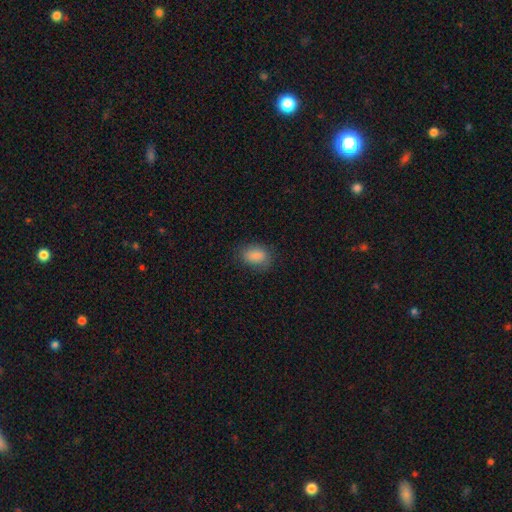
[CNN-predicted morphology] smooth-or-featured: smooth: 85% | star or artifact: 8% | featured or disk: 7%
  how-rounded: in between: 79% | round: 20% | cigar-shaped: 1%
  merging: none: 76% | minor disturbance: 18% | major disturbance: 6% | merger: 1%